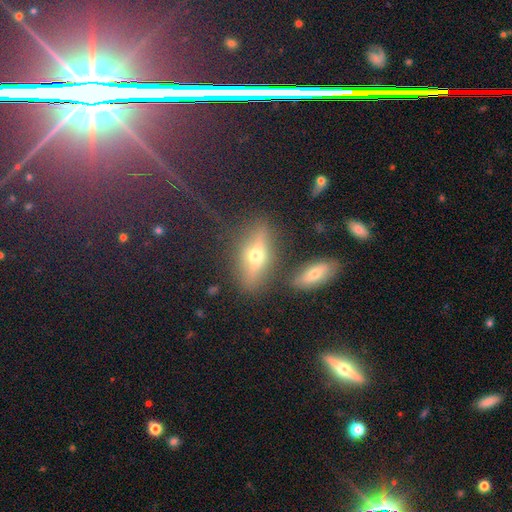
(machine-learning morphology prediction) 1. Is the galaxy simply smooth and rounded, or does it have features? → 44% featured or disk, 38% smooth, 18% star or artifact.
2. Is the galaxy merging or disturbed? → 79% none, 11% minor disturbance, 6% merger, 4% major disturbance.